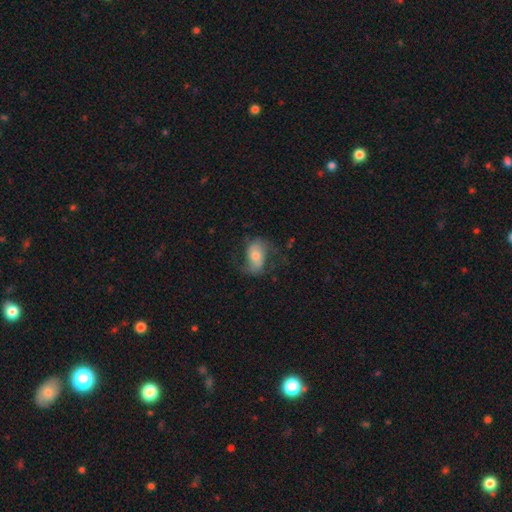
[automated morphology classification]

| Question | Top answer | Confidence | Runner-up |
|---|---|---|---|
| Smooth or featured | featured or disk | 50% | smooth (42%) |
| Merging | none | 56% | minor disturbance (23%) |